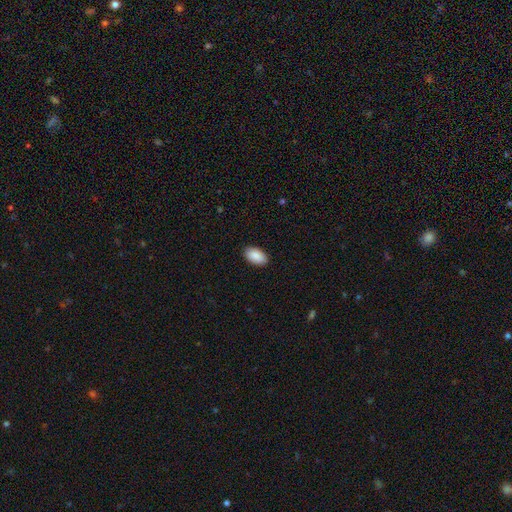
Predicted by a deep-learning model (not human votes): This is clearly a smooth galaxy (90%). How rounded: clearly in between (95%). Merging: clearly none (90%).